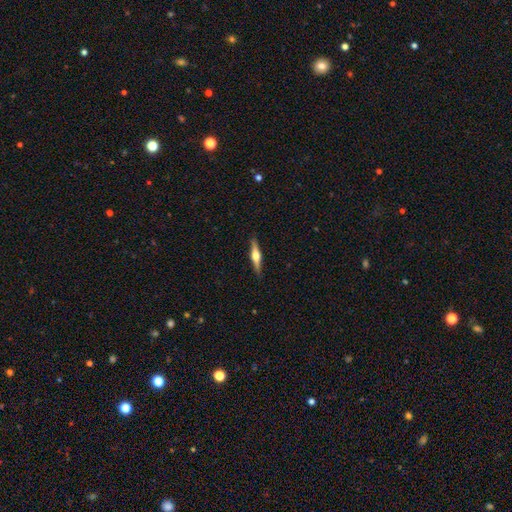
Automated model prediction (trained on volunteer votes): smooth-or-featured: featured or disk: 68% | smooth: 26% | star or artifact: 6%
  disk-edge-on: yes: 98% | no: 2%
    edge-on-bulge: rounded: 93% | boxy: 5% | none: 2%
  merging: none: 89% | minor disturbance: 8% | major disturbance: 2% | merger: 1%